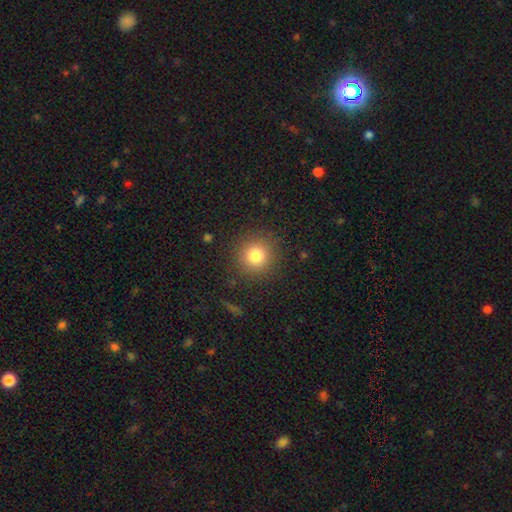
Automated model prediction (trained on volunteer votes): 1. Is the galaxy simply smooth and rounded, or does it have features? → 81% smooth, 12% star or artifact, 7% featured or disk.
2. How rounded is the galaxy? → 93% round, 6% in between, 1% cigar-shaped.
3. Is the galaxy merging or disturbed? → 88% none, 7% minor disturbance, 3% major disturbance, 1% merger.